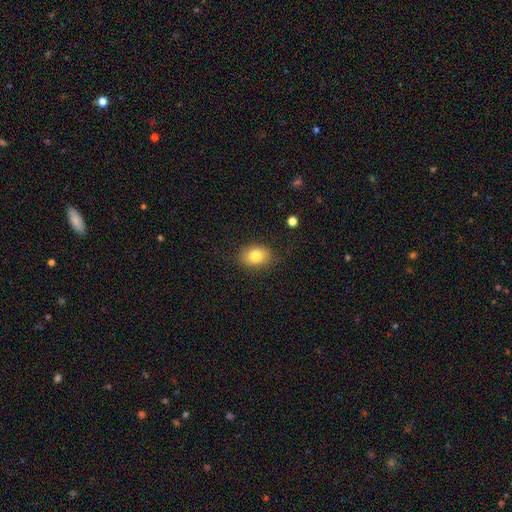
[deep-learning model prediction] Q: Smooth or featured?
A: smooth (81%); runner-up: featured or disk (10%)
Q: How rounded?
A: in between (68%); runner-up: round (31%)
Q: Merging?
A: none (82%); runner-up: minor disturbance (13%)